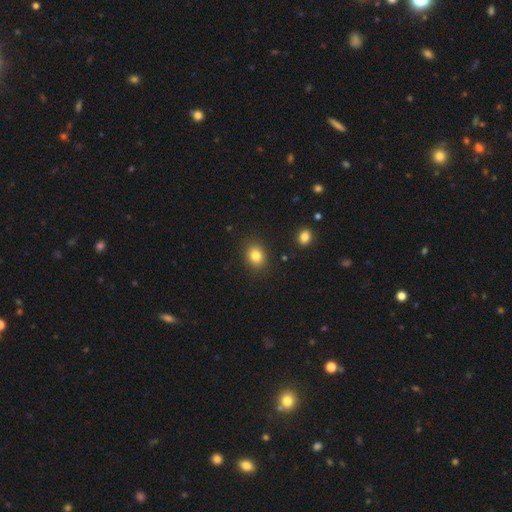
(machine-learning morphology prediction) Q: Smooth or featured?
A: smooth (82%); runner-up: star or artifact (11%)
Q: How rounded?
A: round (52%); runner-up: in between (47%)
Q: Merging?
A: none (87%); runner-up: minor disturbance (8%)